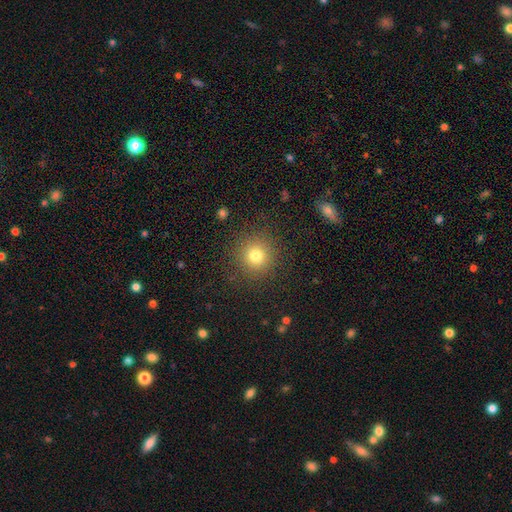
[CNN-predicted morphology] Overall: smooth (77%). How rounded: round (94%). Merging: none (89%).